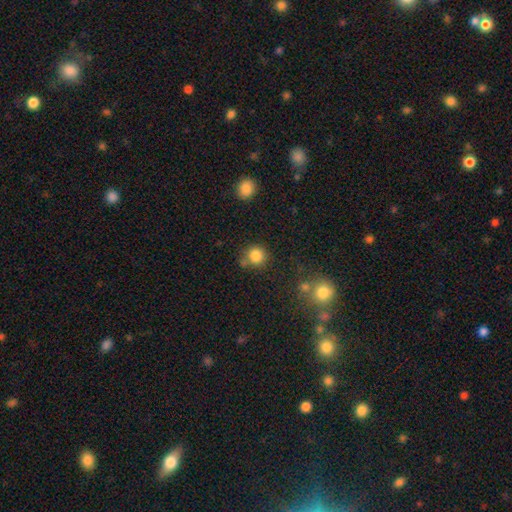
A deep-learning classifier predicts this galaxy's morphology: type=smooth (84%); roundness=round (90%); merging=none (71%).